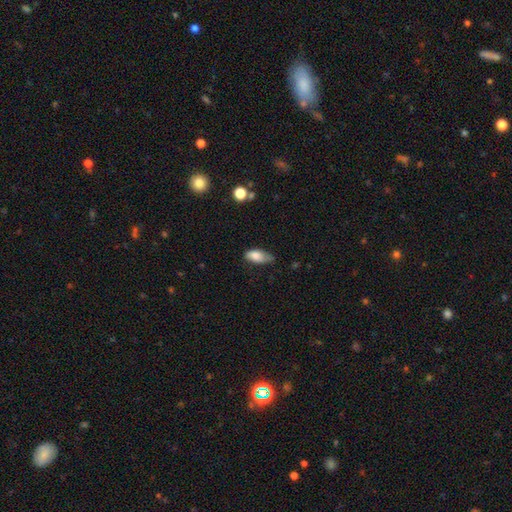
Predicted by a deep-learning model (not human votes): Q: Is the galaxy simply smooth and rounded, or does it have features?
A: smooth — 80%.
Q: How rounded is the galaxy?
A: in between — 86%.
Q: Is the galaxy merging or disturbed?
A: none — 43%.